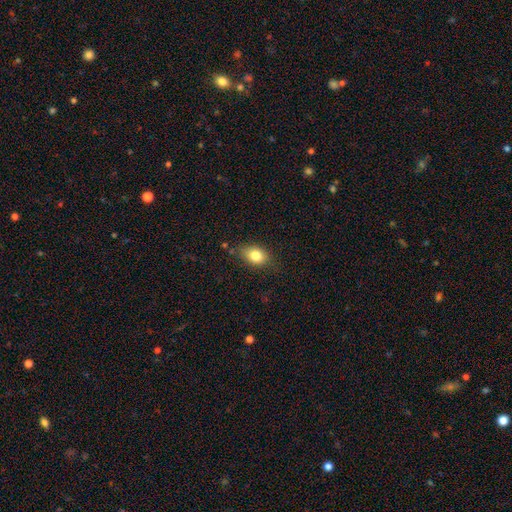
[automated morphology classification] Overall: smooth (81%). How rounded: in between (77%). Merging: none (76%).